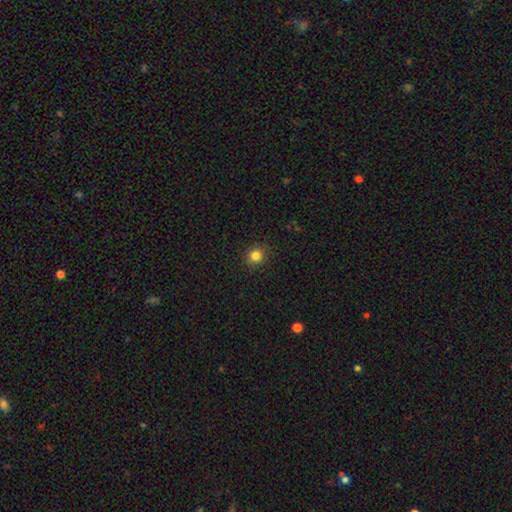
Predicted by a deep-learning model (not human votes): Overall: smooth (83%). How rounded: round (89%). Merging: none (91%).